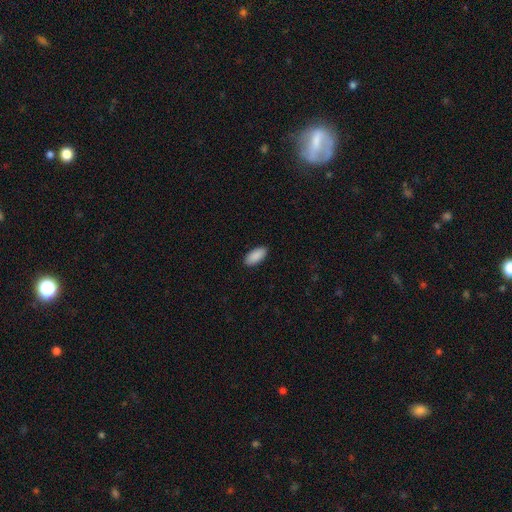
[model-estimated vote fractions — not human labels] A smooth galaxy with no disk features (91%) that is in between round and cigar-shaped (92%).

Vote fractions:
- Smooth or featured? smooth: 91% / star or artifact: 6% / featured or disk: 3%
- How rounded? in between: 92% / cigar-shaped: 6% / round: 2%
- Merging? none: 90% / minor disturbance: 7% / major disturbance: 2% / merger: 1%